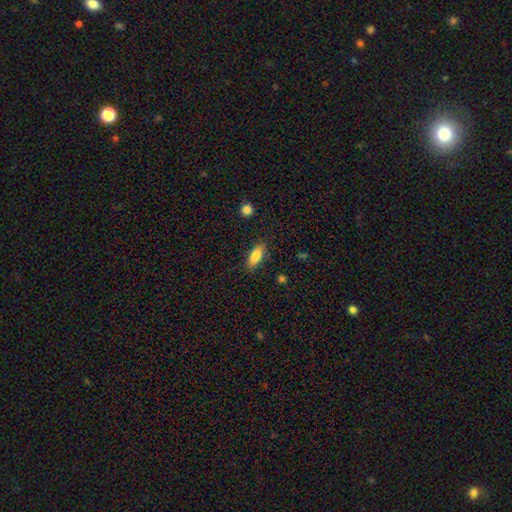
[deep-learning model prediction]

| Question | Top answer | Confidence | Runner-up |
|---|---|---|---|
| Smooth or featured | smooth | 83% | featured or disk (10%) |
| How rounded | in between | 79% | cigar-shaped (18%) |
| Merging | none | 84% | minor disturbance (11%) |